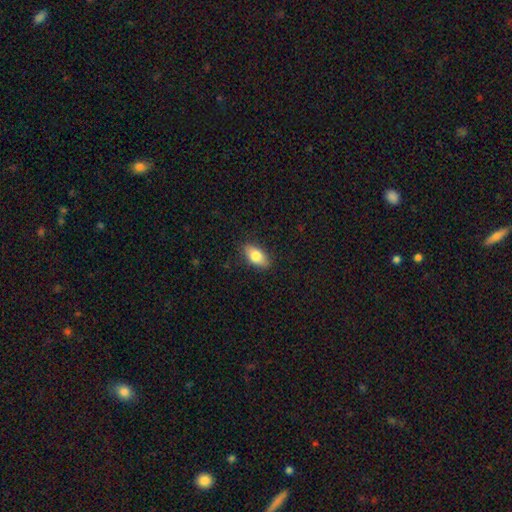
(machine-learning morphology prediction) The model was most divided on "smooth or featured": smooth: 80%, featured or disk: 13%, star or artifact: 7%. More confident: how rounded — in between (89%); merging — none (87%).